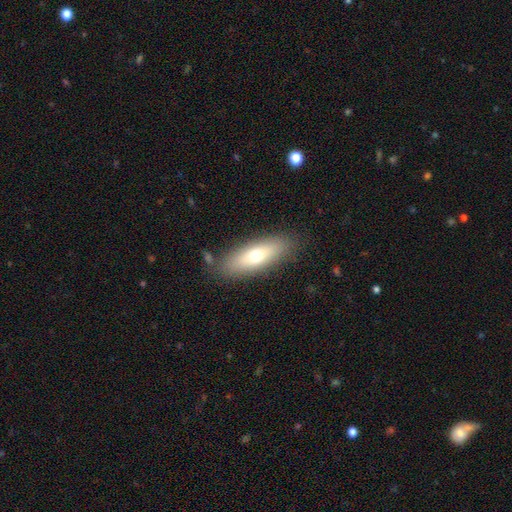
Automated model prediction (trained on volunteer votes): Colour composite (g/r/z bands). It shows a smooth galaxy with no disk features (63%) that is in between round and cigar-shaped (56%). Merging: none (83%).